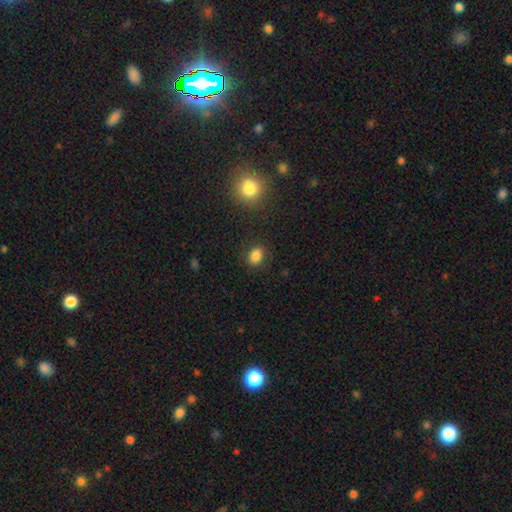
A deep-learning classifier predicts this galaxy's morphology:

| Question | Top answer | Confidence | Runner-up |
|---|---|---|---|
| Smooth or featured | smooth | 85% | star or artifact (10%) |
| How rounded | in between | 69% | round (30%) |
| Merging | none | 86% | minor disturbance (10%) |